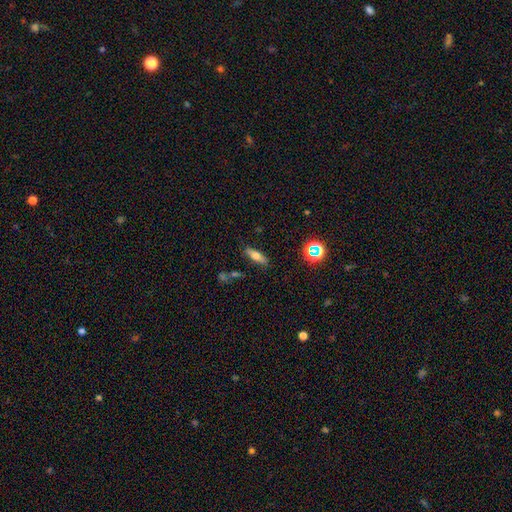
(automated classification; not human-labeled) Smooth or featured: smooth — 56% (featured or disk — 32%)
How rounded: in between — 51% (cigar-shaped — 45%)
Merging: none — 84% (minor disturbance — 10%)